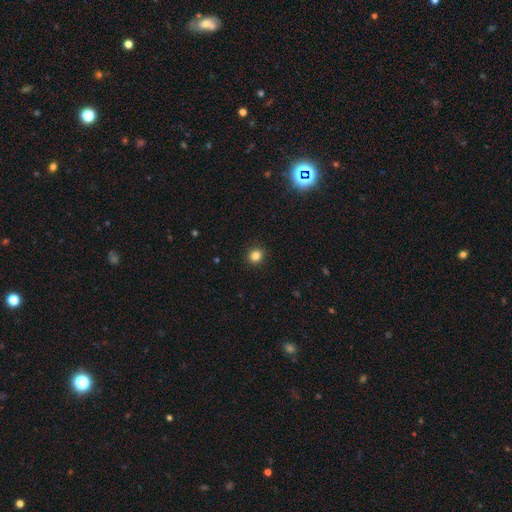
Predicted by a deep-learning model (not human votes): This appears to be a smooth galaxy with no disk features (83%) that is round (88%). Merging: none (92%).